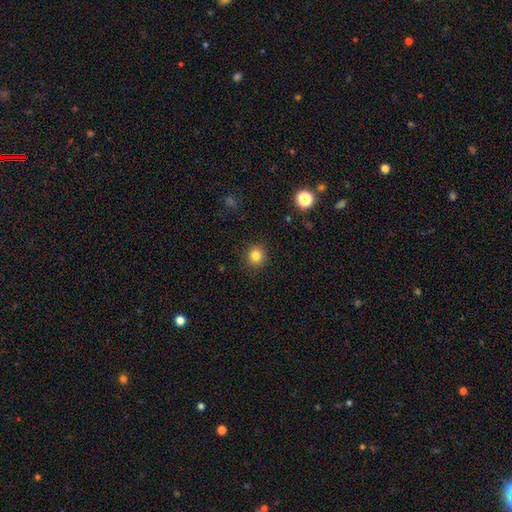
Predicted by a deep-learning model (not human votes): This is clearly a smooth galaxy (83%). How rounded: clearly round (90%). Merging: clearly none (90%).